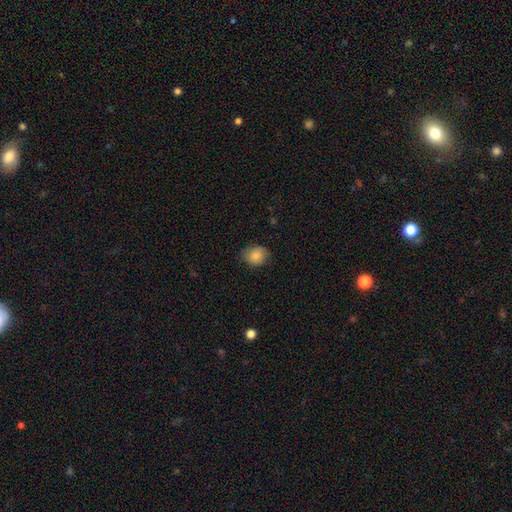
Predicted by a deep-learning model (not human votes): Q: Smooth or featured?
A: smooth (84%); runner-up: star or artifact (8%)
Q: How rounded?
A: round (56%); runner-up: in between (43%)
Q: Merging?
A: none (76%); runner-up: minor disturbance (19%)